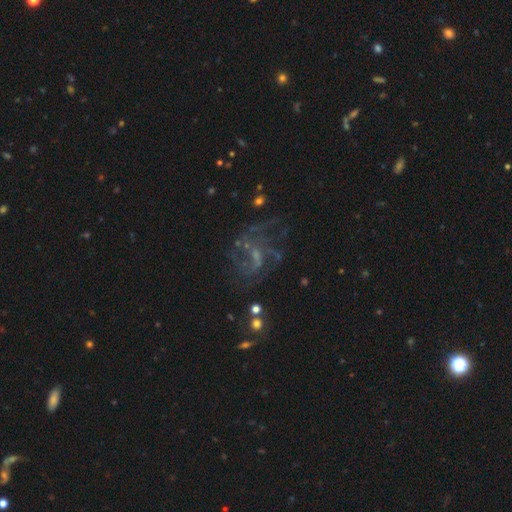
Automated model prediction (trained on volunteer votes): This is likely a featured or disk galaxy (70%). It is clearly not viewed edge-on (97%). Bar: possibly weak (45%). Spiral arm pattern: likely yes (76%). Spiral arm count: marginally can't tell (39%). Spiral winding: marginally loose (41%). Central bulge: possibly small (47%). Merging: possibly none (52%).